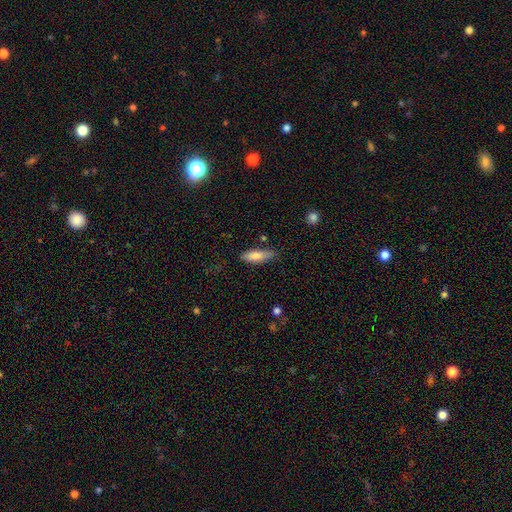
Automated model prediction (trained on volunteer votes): This appears to be a smooth galaxy with no disk features (75%) that is in between round and cigar-shaped (52%). Merging: none (77%).